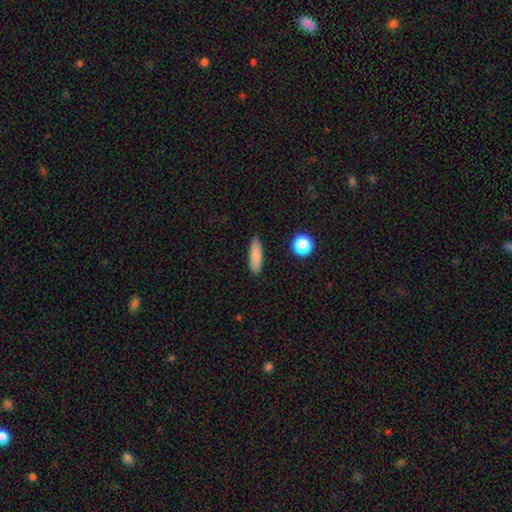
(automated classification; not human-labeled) The model was most divided on "how rounded": cigar-shaped: 59%, in between: 38%, round: 3%. More confident: merging — none (88%); smooth or featured — smooth (85%).